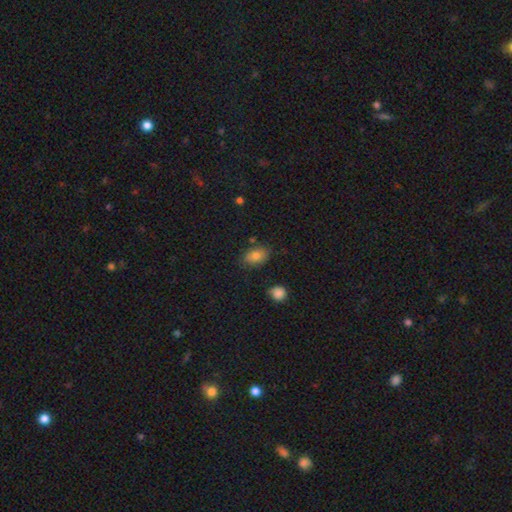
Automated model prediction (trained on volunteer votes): smooth_or_featured: smooth (p=0.78) [alt: featured or disk p=0.12]
how_rounded: in between (p=0.83) [alt: round p=0.16]
merging: none (p=0.74) [alt: minor disturbance p=0.18]